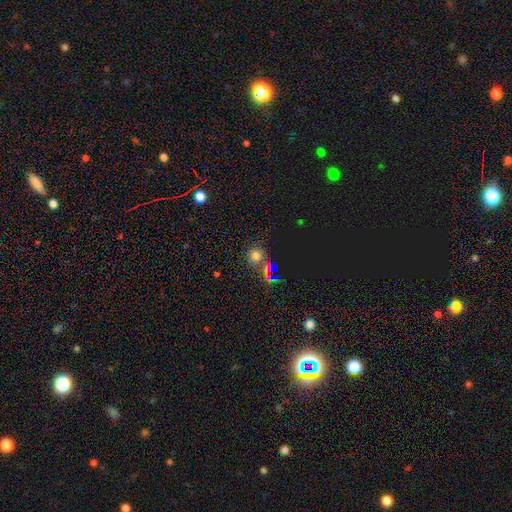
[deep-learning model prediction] smooth-or-featured: smooth: 62% | star or artifact: 30% | featured or disk: 8%
  how-rounded: round: 90% | in between: 9% | cigar-shaped: 1%
  merging: none: 74% | merger: 14% | minor disturbance: 9% | major disturbance: 4%